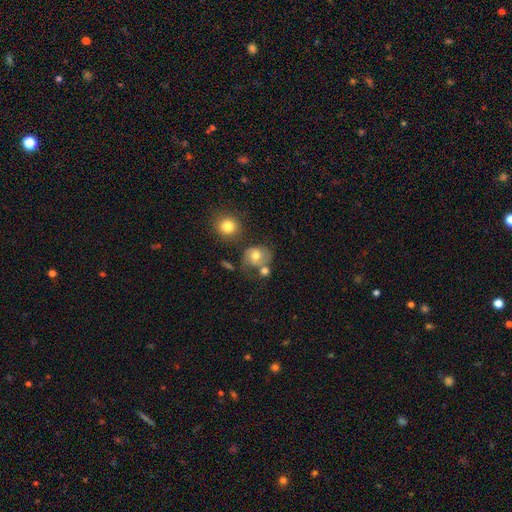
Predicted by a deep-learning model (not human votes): smooth-or-featured: smooth: 51% | featured or disk: 39% | star or artifact: 10%
  how-rounded: round: 58% | in between: 41% | cigar-shaped: 1%
  merging: none: 47% | minor disturbance: 21% | merger: 18% | major disturbance: 14%